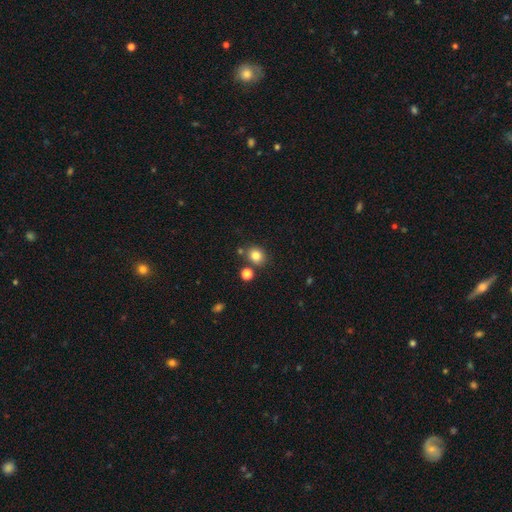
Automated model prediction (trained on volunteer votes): smooth 81%, star or artifact 12%, featured or disk 6%. Down the decision tree: how rounded — round (70%); merging — none (76%).